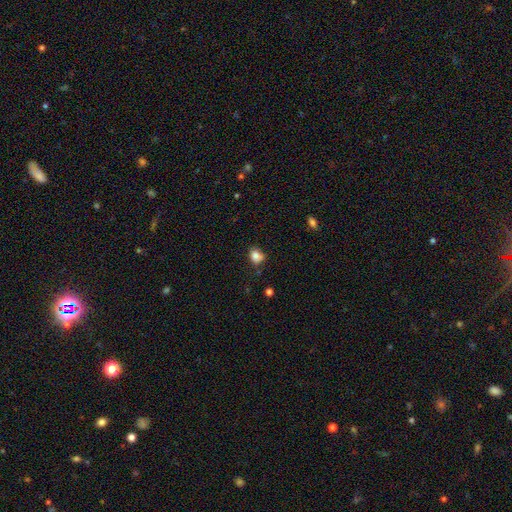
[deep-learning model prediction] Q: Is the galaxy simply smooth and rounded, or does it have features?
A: smooth — 82%.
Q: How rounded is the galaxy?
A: round — 54%.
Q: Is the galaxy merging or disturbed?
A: none — 66%.